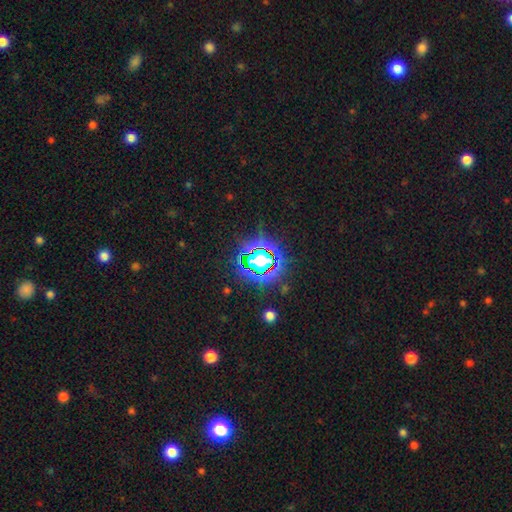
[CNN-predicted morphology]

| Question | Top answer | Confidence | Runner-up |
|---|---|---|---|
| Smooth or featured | star or artifact | 81% | smooth (12%) |